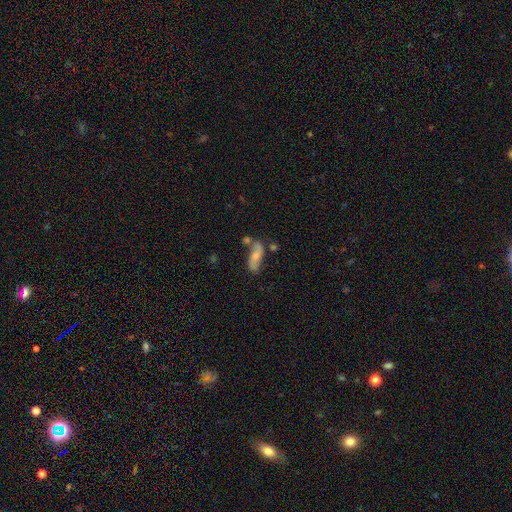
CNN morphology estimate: type=smooth (56%); roundness=in between (68%); merging=none (52%).